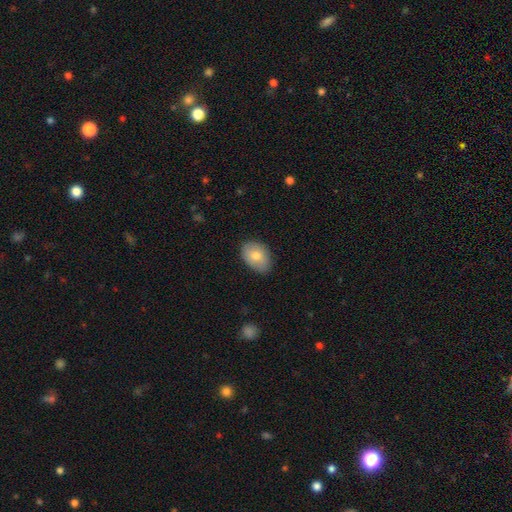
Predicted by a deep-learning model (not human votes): A smooth galaxy with no disk features (77%) that is in between round and cigar-shaped (78%). Merging: none (80%).